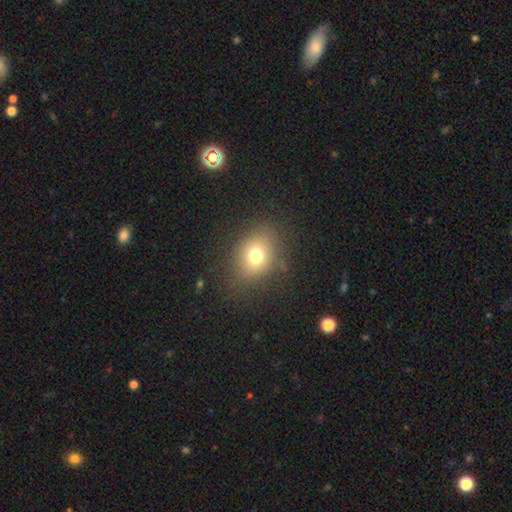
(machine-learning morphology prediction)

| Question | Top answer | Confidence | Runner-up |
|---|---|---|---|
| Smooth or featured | smooth | 71% | star or artifact (16%) |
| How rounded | round | 56% | in between (43%) |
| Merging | none | 79% | minor disturbance (13%) |